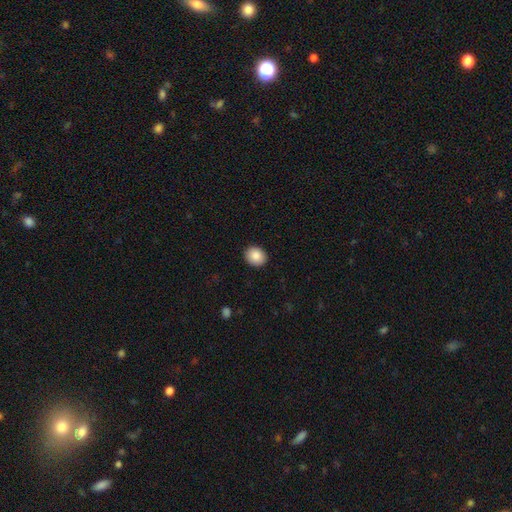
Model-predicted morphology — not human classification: Smooth or featured? Predicted: smooth (p=0.88). How rounded? Predicted: round (p=0.69). Merging? Predicted: none (p=0.91).